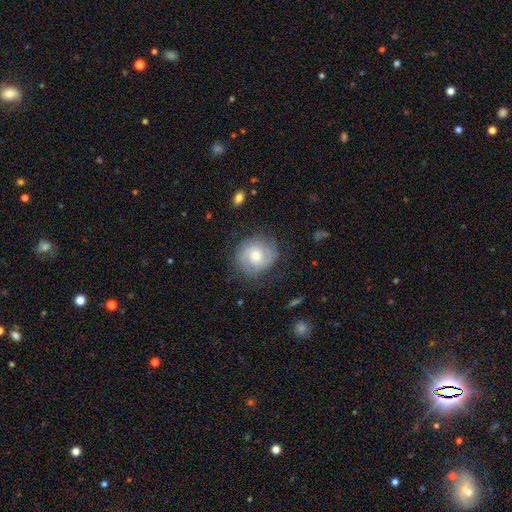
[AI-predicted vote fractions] A featured or disk galaxy (59%) with no bar (71%), spiral arms (87%) and a moderate central bulge (59%).

Vote fractions:
- Smooth or featured? featured or disk: 59% / smooth: 34% / star or artifact: 7%
- Edge-on disk? no: 98% / yes: 2%
- Bar? no: 71% / weak: 26% / strong: 4%
- Spiral arms? yes: 87% / no: 13%
- Bulge size? moderate: 59% / small: 23% / large: 14% / none: 2% / dominant: 2%
- Merging? none: 76% / minor disturbance: 16% / major disturbance: 7% / merger: 1%